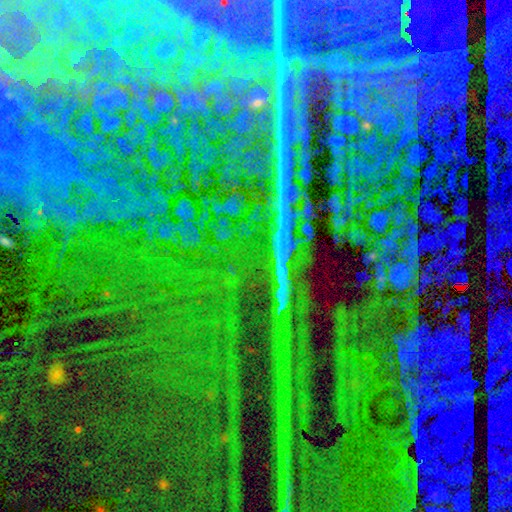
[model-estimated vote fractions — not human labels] smooth_or_featured: star or artifact (p=0.87) [alt: featured or disk p=0.07]